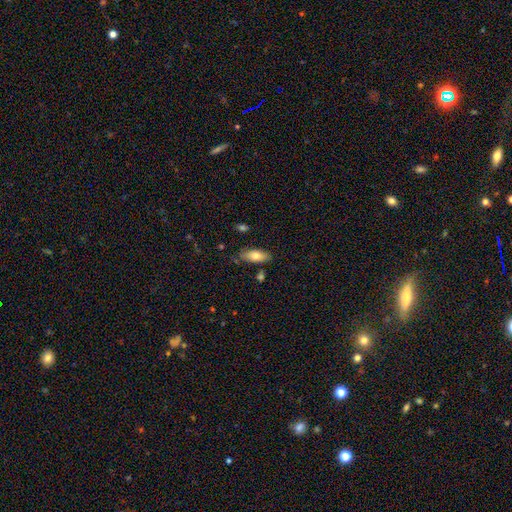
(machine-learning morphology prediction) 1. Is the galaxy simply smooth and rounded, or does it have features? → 76% smooth, 18% featured or disk, 7% star or artifact.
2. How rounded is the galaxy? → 81% in between, 17% cigar-shaped, 2% round.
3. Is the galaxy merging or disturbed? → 77% none, 15% minor disturbance, 4% merger, 3% major disturbance.